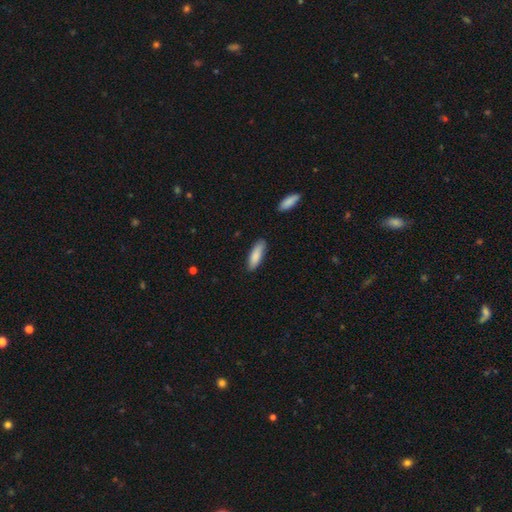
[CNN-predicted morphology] Smooth or featured?
  - smooth: 86% *
  - featured or disk: 8%
  - star or artifact: 6%
How rounded?
  - in between: 52% *
  - cigar-shaped: 47%
  - round: 1%
Merging?
  - none: 83% *
  - minor disturbance: 13%
  - major disturbance: 2%
  - merger: 2%